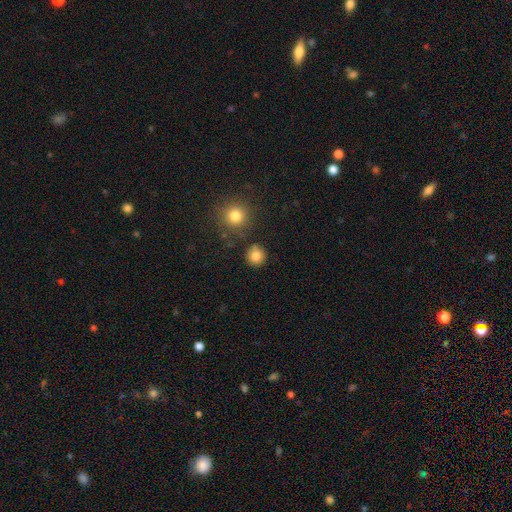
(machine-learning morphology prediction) Smooth or featured: smooth — 83% (star or artifact — 12%)
How rounded: round — 93% (in between — 6%)
Merging: none — 85% (minor disturbance — 9%)